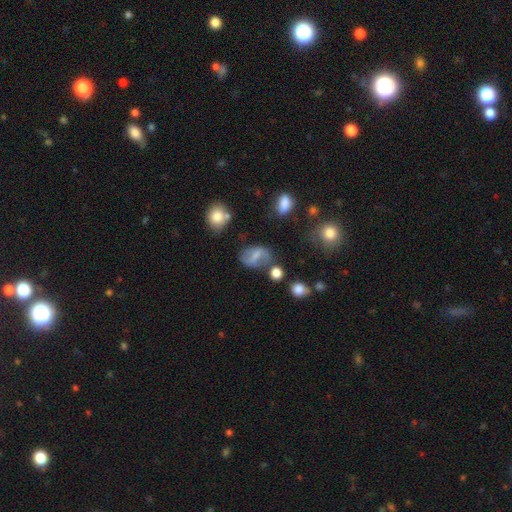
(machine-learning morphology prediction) This appears to be a featured or disk galaxy (49%). Merging: none (61%).